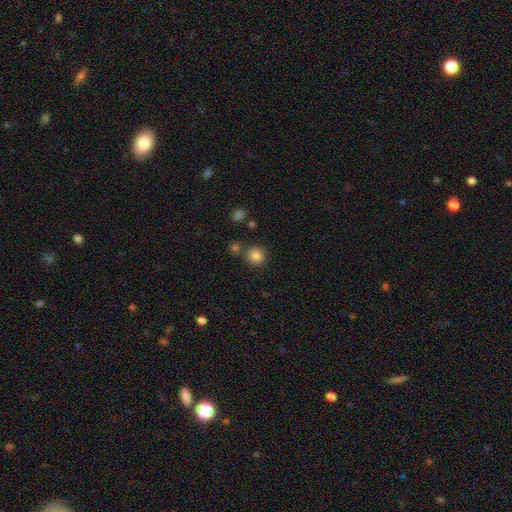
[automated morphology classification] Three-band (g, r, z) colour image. It shows a smooth galaxy with no disk features (84%) that is round (90%). Merging: none (77%).